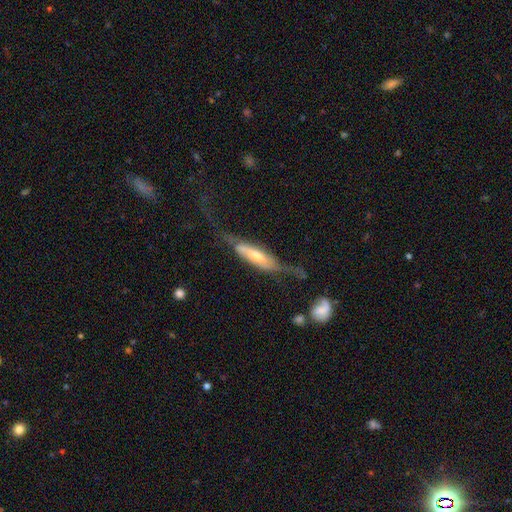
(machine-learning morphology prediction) This appears to be a featured or disk galaxy (63%) viewed edge-on (60%). Merging: major disturbance (37%).